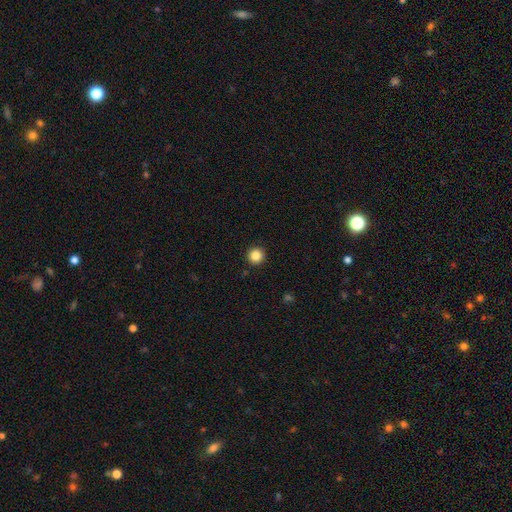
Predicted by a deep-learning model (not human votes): The model was most divided on "smooth or featured": smooth: 86%, star or artifact: 11%, featured or disk: 3%. More confident: how rounded — round (96%); merging — none (93%).